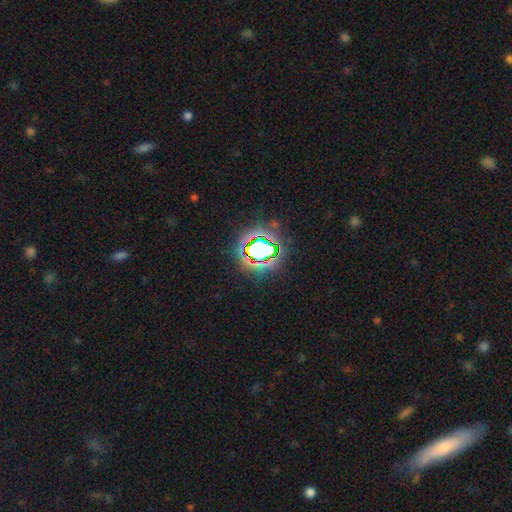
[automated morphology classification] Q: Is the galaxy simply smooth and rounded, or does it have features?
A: star or artifact — 77%.